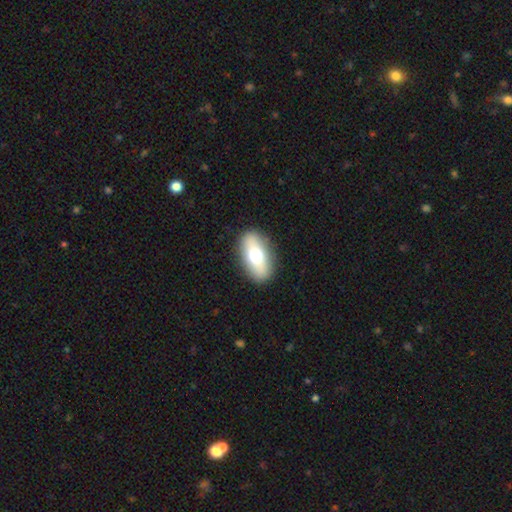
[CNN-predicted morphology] The model was most divided on "smooth or featured": smooth: 65%, featured or disk: 28%, star or artifact: 7%. More confident: merging — none (89%); how rounded — in between (87%).